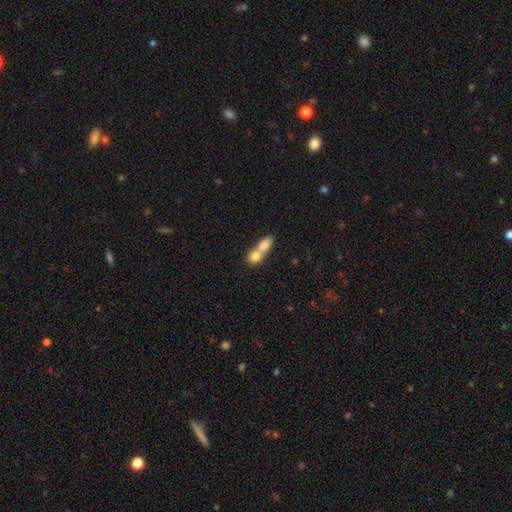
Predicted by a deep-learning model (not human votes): A smooth galaxy with no disk features (78%) that is in between round and cigar-shaped (50%).

Vote fractions:
- Smooth or featured? smooth: 78% / featured or disk: 15% / star or artifact: 8%
- How rounded? in between: 50% / round: 45% / cigar-shaped: 5%
- Merging? merger: 75% / none: 18% / minor disturbance: 5% / major disturbance: 3%